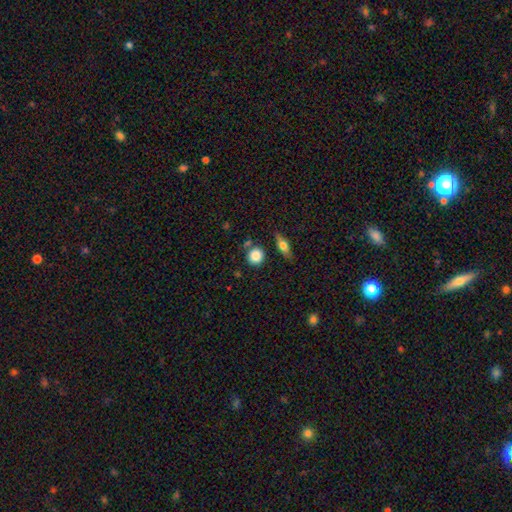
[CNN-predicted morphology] This is clearly a smooth galaxy (85%). How rounded: clearly round (87%). Merging: likely none (79%).